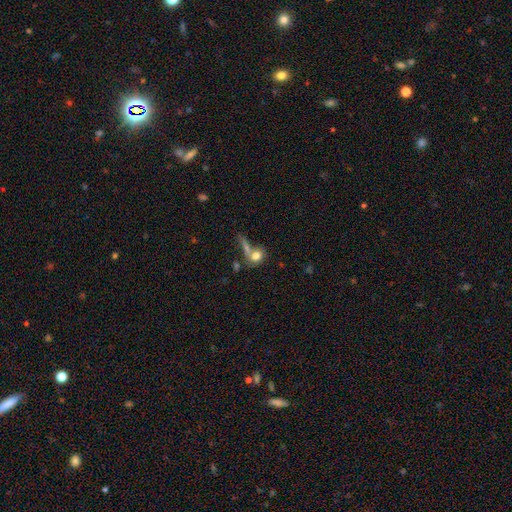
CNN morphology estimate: Smooth or featured? smooth (74%)
How rounded? round (54%)
Merging? merger (39%)